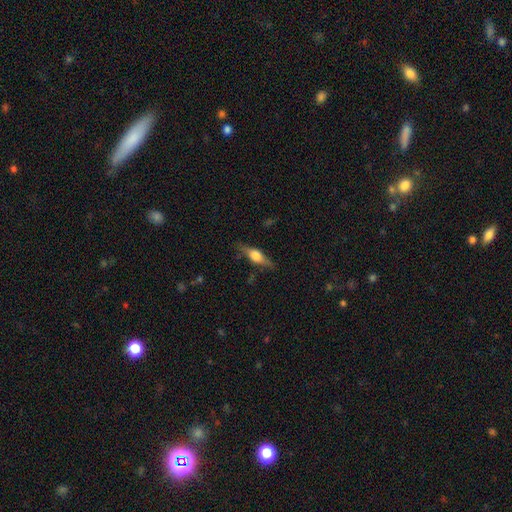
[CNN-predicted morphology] Smooth or featured? featured or disk (63%)
Edge-on disk? yes (95%)
Edge-on bulge? rounded (92%)
Merging? none (83%)